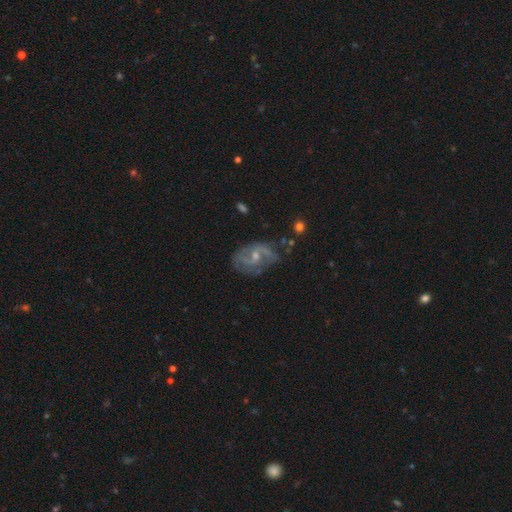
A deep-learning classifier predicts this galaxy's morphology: Smooth or featured? Predicted: featured or disk (p=0.78). Edge-on disk? Predicted: no (p=0.97). Bar? Predicted: weak (p=0.50). Spiral arms? Predicted: yes (p=0.87). Spiral winding? Predicted: medium (p=0.46). Spiral arm count? Predicted: 2 (p=0.72). Bulge size? Predicted: small (p=0.56). Merging? Predicted: none (p=0.60).